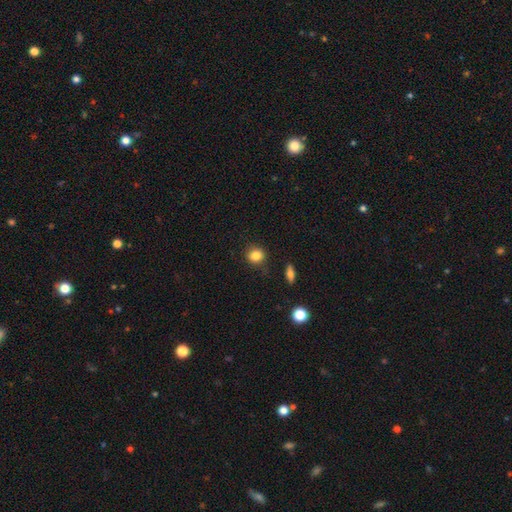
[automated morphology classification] Smooth or featured?
  - smooth: 85% *
  - star or artifact: 10%
  - featured or disk: 5%
How rounded?
  - round: 78% *
  - in between: 21%
  - cigar-shaped: 1%
Merging?
  - none: 83% *
  - minor disturbance: 12%
  - major disturbance: 3%
  - merger: 2%